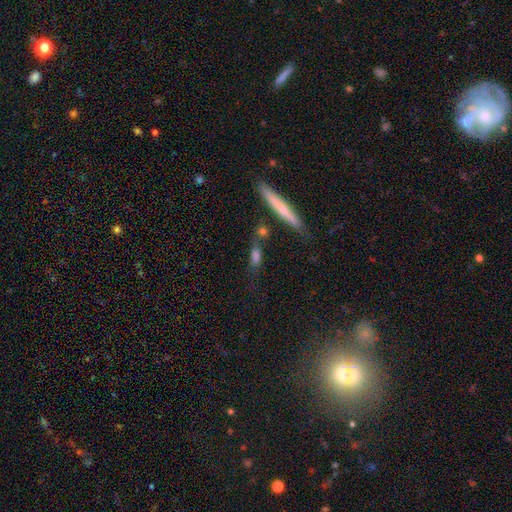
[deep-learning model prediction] smooth_or_featured: smooth (p=0.61) [alt: featured or disk p=0.28]
how_rounded: cigar-shaped (p=0.62) [alt: in between p=0.29]
merging: none (p=0.61) [alt: minor disturbance p=0.17]